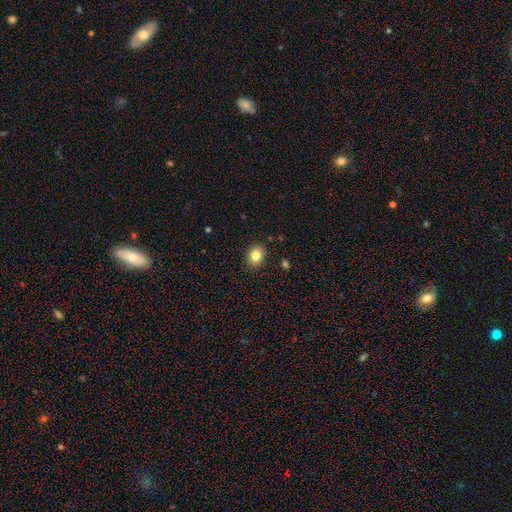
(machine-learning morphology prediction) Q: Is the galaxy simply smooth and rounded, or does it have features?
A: smooth — 83%.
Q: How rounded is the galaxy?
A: round — 52%.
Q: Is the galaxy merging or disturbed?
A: none — 89%.